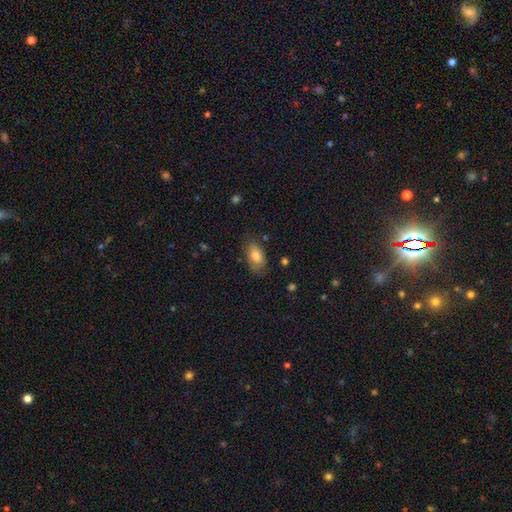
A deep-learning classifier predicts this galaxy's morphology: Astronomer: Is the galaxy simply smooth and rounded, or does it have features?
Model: smooth — 78%.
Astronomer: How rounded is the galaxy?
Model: in between — 91%.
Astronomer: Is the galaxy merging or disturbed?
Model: none — 71%.